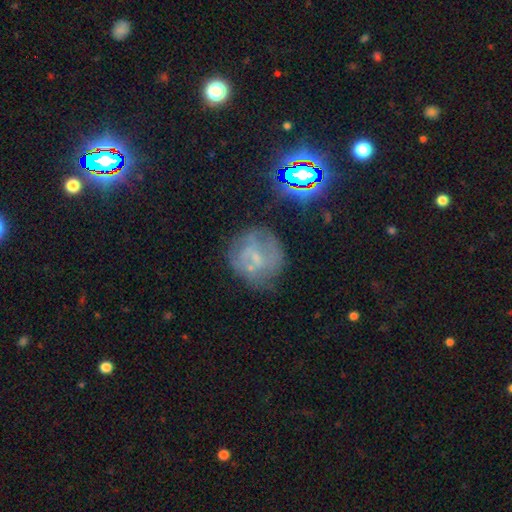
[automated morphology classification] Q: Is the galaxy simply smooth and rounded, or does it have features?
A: featured or disk — 51%.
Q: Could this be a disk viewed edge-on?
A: no — 97%.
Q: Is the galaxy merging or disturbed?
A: none — 62%.